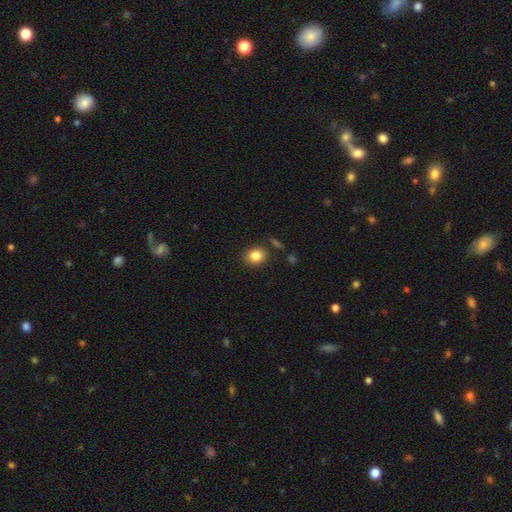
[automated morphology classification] A smooth galaxy with no disk features (84%) that is round (63%).

Vote fractions:
- Smooth or featured? smooth: 84% / star or artifact: 10% / featured or disk: 6%
- How rounded? round: 63% / in between: 36% / cigar-shaped: 1%
- Merging? none: 84% / minor disturbance: 10% / merger: 4% / major disturbance: 3%